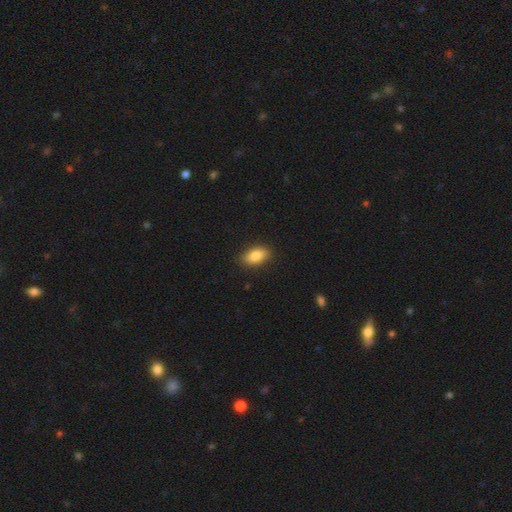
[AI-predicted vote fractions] Smooth or featured? Predicted: smooth (p=0.85). How rounded? Predicted: in between (p=0.90). Merging? Predicted: none (p=0.88).